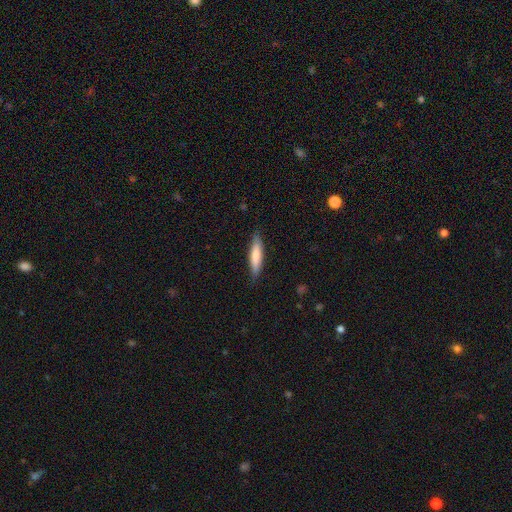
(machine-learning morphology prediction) This is likely a smooth galaxy (73%). How rounded: likely cigar-shaped (78%). Merging: clearly none (84%).